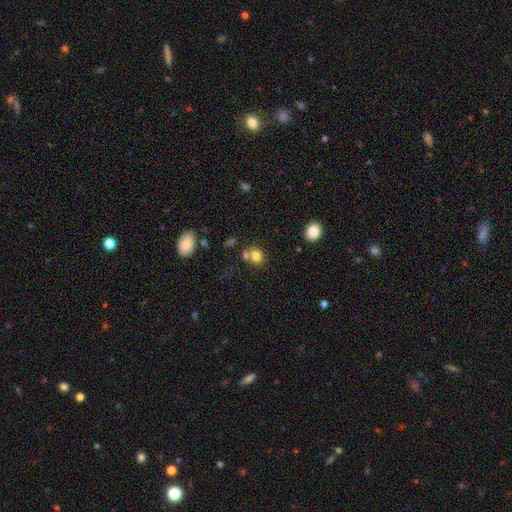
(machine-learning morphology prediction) Q: Smooth or featured?
A: smooth (78%); runner-up: star or artifact (12%)
Q: How rounded?
A: round (66%); runner-up: in between (33%)
Q: Merging?
A: none (57%); runner-up: merger (28%)